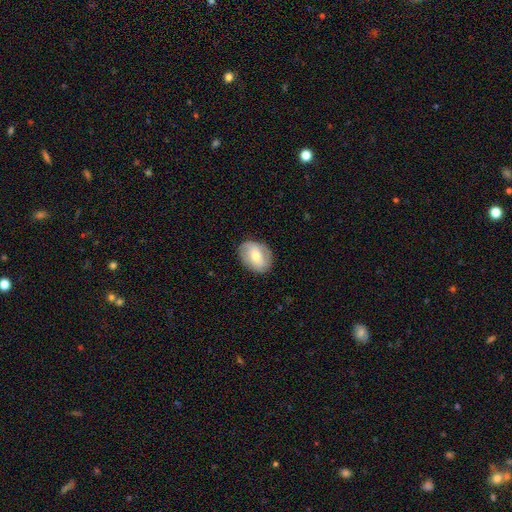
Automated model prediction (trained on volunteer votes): Smooth or featured? Predicted: smooth (p=0.54). How rounded? Predicted: in between (p=0.70). Merging? Predicted: none (p=0.83).